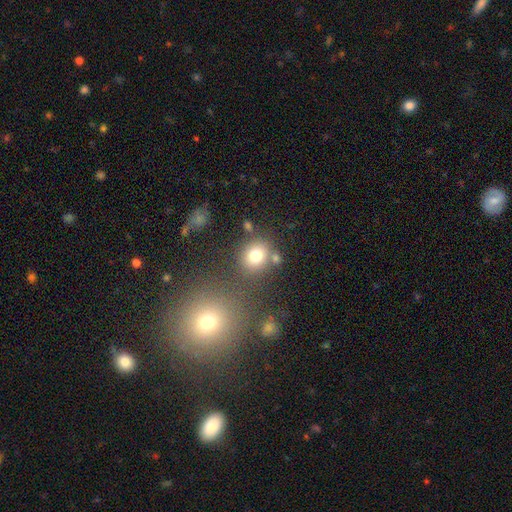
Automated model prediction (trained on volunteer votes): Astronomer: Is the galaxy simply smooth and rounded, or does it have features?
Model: smooth — 77%.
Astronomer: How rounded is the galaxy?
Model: round — 77%.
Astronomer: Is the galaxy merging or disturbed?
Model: none — 71%.